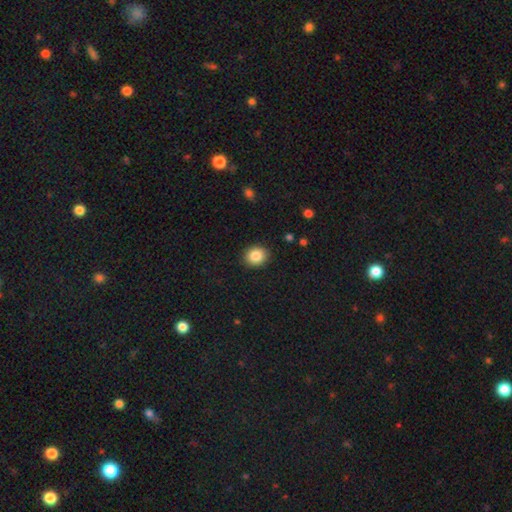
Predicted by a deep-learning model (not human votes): Overall: smooth (86%). How rounded: round (67%; in between 32%). Merging: none (90%).